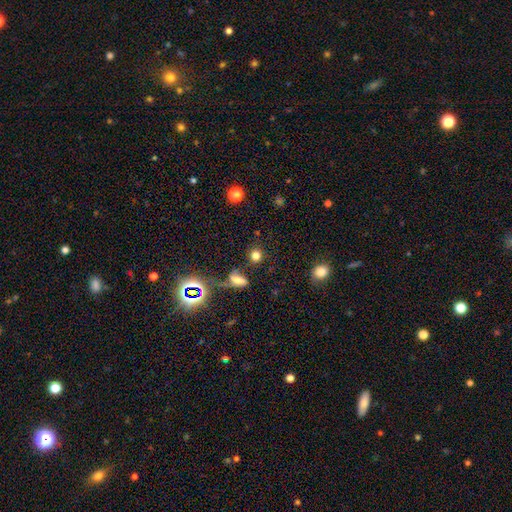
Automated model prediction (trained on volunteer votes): A smooth galaxy with no disk features (76%) that is round (85%). Merging: none (73%).